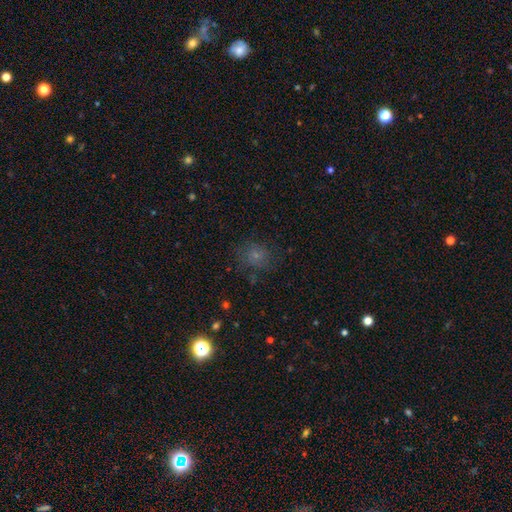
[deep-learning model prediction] Overall: smooth (64%). How rounded: round (76%). Merging: none (72%).